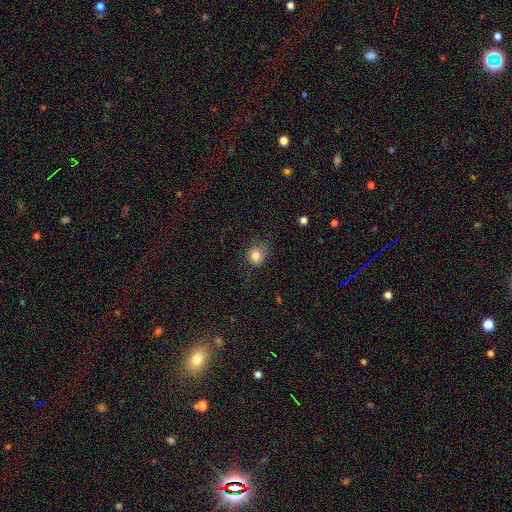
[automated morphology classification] A smooth galaxy with no disk features (80%) that is round (69%). Merging: none (56%).